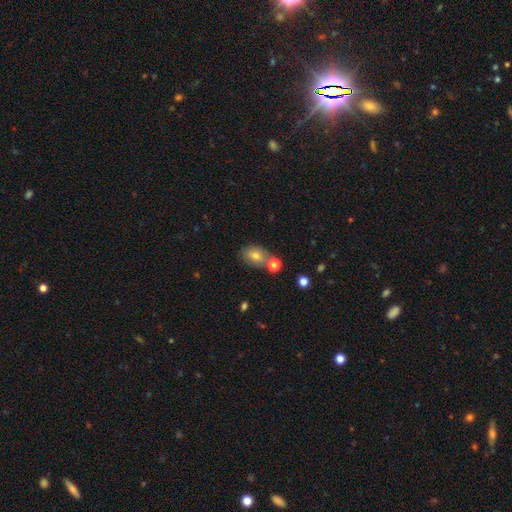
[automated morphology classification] smooth_or_featured: smooth (p=0.73) [alt: featured or disk p=0.15]
how_rounded: in between (p=0.73) [alt: round p=0.26]
merging: none (p=0.64) [alt: merger p=0.19]